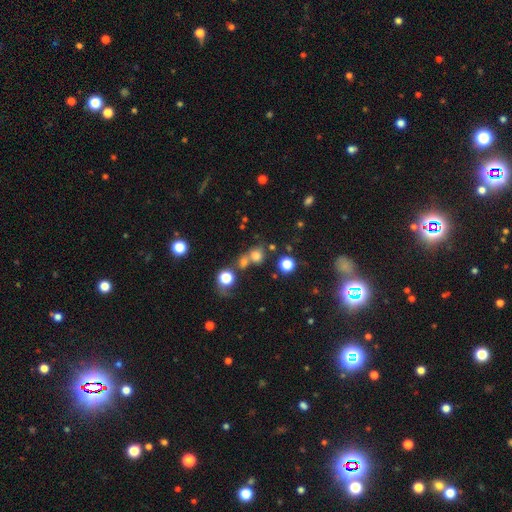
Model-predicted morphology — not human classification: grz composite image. It shows a smooth galaxy with no disk features (71%) that is round (79%). Merging: none (52%).